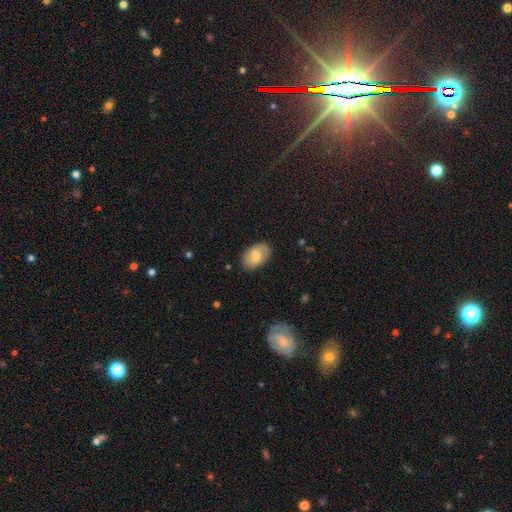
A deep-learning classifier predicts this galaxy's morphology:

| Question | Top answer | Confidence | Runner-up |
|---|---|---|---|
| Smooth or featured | smooth | 68% | featured or disk (25%) |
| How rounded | in between | 90% | round (9%) |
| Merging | none | 84% | minor disturbance (12%) |